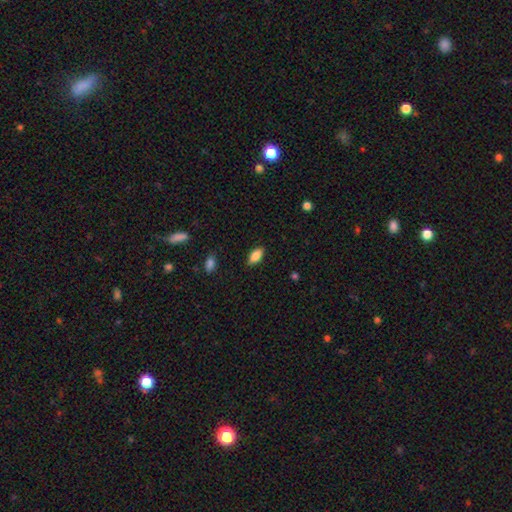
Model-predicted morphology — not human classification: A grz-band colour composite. It shows a smooth galaxy with no disk features (83%) that is in between round and cigar-shaped (89%). Merging: none (86%).